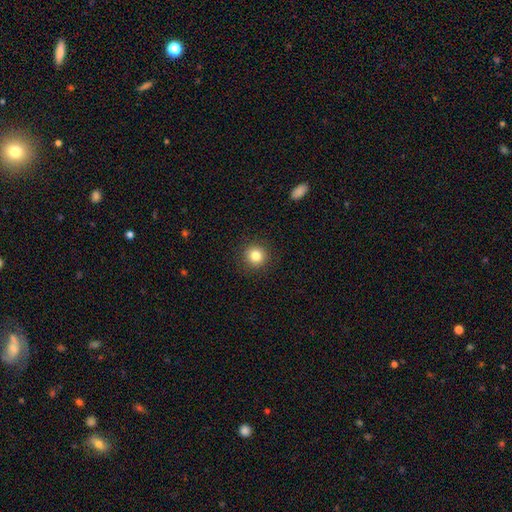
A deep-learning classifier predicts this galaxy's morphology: Q: Smooth or featured?
A: smooth (82%); runner-up: star or artifact (11%)
Q: How rounded?
A: round (94%); runner-up: in between (6%)
Q: Merging?
A: none (91%); runner-up: minor disturbance (6%)